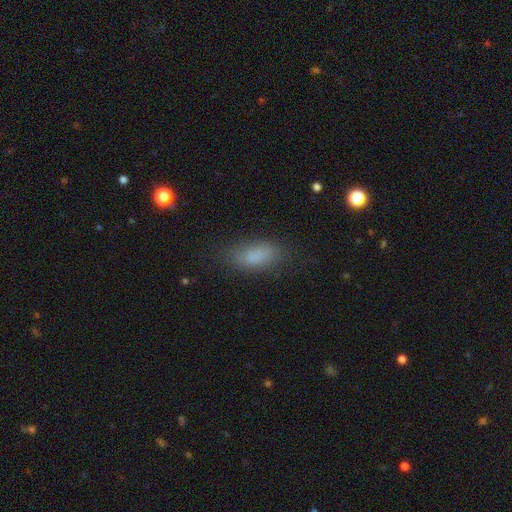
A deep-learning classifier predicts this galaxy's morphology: Smooth or featured: smooth — 82% (star or artifact — 10%)
How rounded: in between — 82% (cigar-shaped — 14%)
Merging: none — 75% (minor disturbance — 17%)